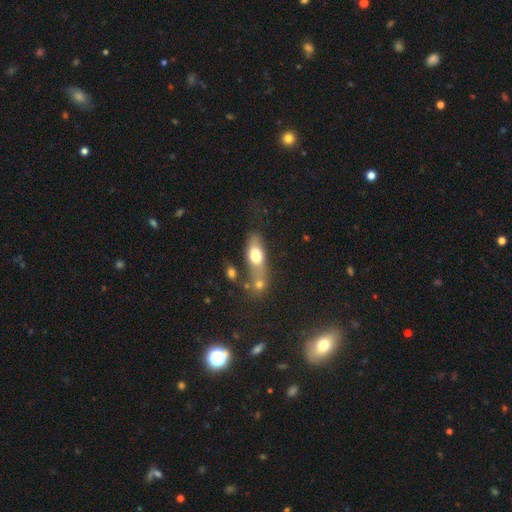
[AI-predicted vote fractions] smooth_or_featured: smooth (p=0.68) [alt: featured or disk p=0.24]
how_rounded: in between (p=0.73) [alt: cigar-shaped p=0.18]
merging: none (p=0.40) [alt: merger p=0.32]